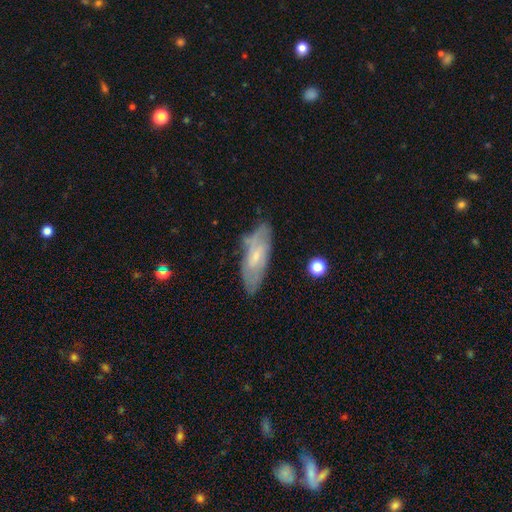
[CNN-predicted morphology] This appears to be a featured or disk galaxy (50%). Merging: none (68%).